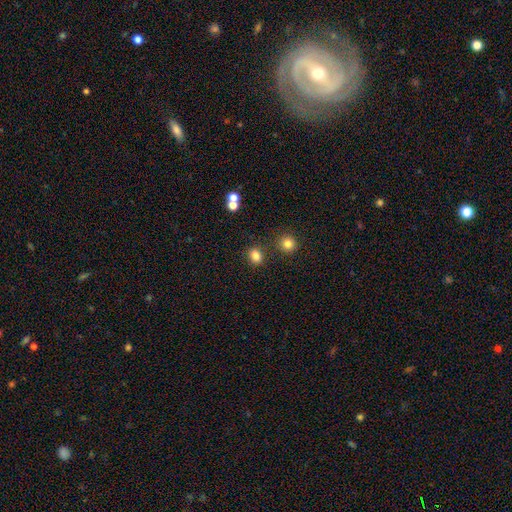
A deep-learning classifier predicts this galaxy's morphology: Smooth or featured: smooth — 83% (star or artifact — 12%)
How rounded: in between — 62% (round — 37%)
Merging: none — 81% (minor disturbance — 10%)